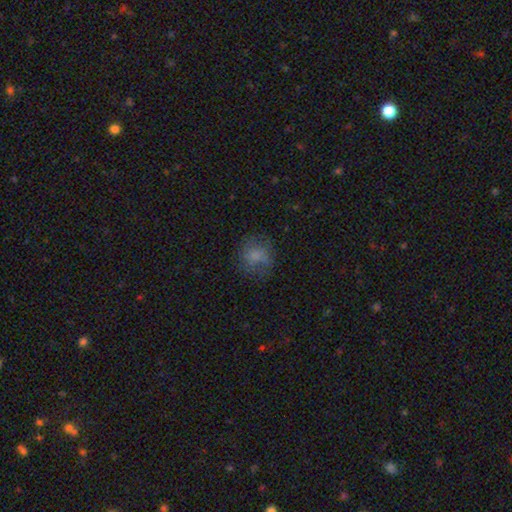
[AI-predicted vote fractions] A smooth galaxy with no disk features (70%) that is round (76%).

Vote fractions:
- Smooth or featured? smooth: 70% / featured or disk: 17% / star or artifact: 13%
- How rounded? round: 76% / in between: 23% / cigar-shaped: 1%
- Merging? none: 63% / minor disturbance: 20% / major disturbance: 15% / merger: 2%